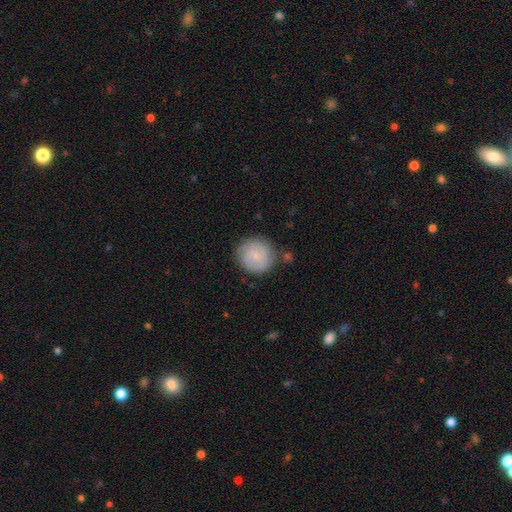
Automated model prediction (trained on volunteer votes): smooth-or-featured: smooth: 70% | featured or disk: 24% | star or artifact: 6%
  how-rounded: round: 91% | in between: 8% | cigar-shaped: 1%
  merging: none: 77% | minor disturbance: 15% | major disturbance: 4% | merger: 4%